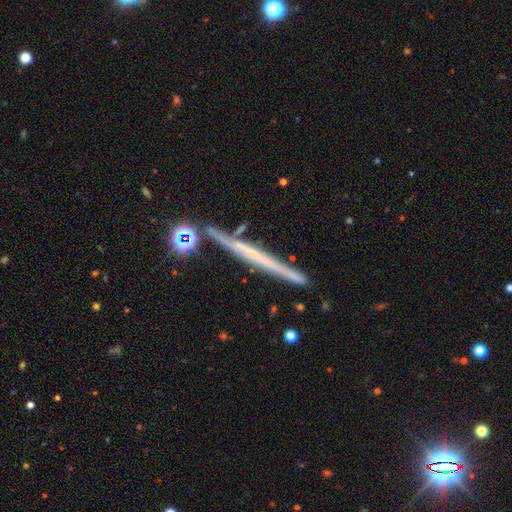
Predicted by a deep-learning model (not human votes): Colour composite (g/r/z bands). It shows a featured or disk galaxy (62%) viewed edge-on (96%) with no central bulge (85%). Merging: none (81%).